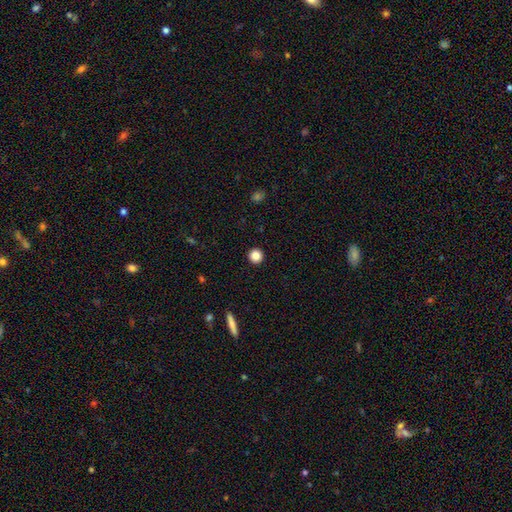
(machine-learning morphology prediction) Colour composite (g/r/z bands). It shows a smooth galaxy with no disk features (85%) that is round (95%). Merging: none (94%).